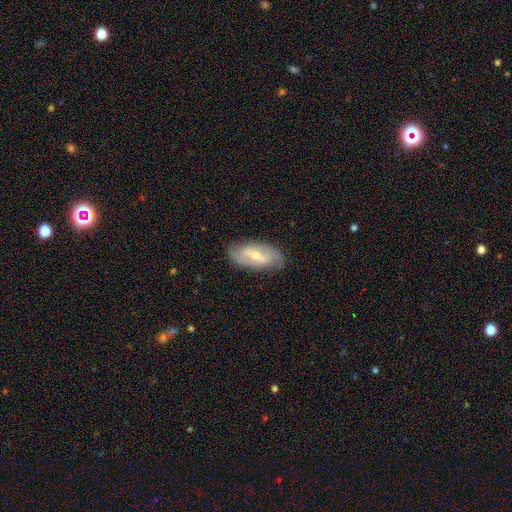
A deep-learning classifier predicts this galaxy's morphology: Q: Smooth or featured?
A: featured or disk (64%); runner-up: smooth (30%)
Q: Edge-on disk?
A: no (89%); runner-up: yes (11%)
Q: Bar?
A: weak (45%); runner-up: strong (38%)
Q: Spiral arms?
A: yes (72%); runner-up: no (28%)
Q: Bulge size?
A: small (50%); runner-up: moderate (46%)
Q: Merging?
A: none (80%); runner-up: minor disturbance (15%)